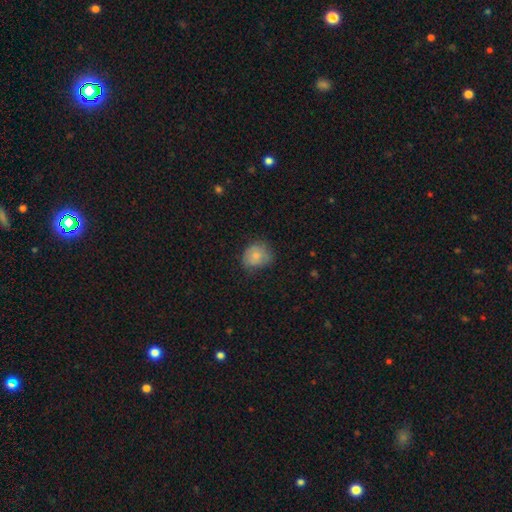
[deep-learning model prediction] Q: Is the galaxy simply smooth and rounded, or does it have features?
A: smooth — 76%.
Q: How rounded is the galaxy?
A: round — 69%.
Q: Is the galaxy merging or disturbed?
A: none — 61%.